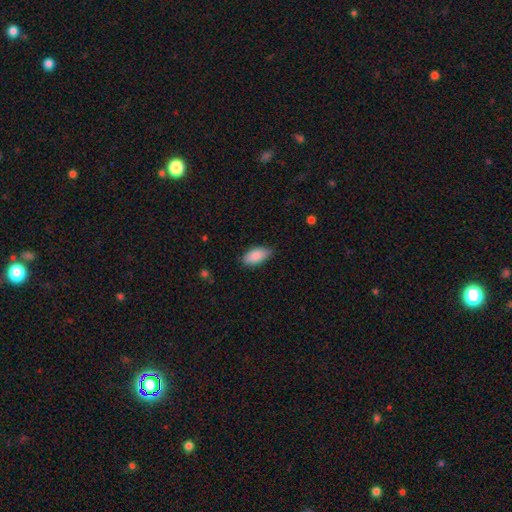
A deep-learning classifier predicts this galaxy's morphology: Q: Smooth or featured?
A: smooth (87%); runner-up: star or artifact (6%)
Q: How rounded?
A: in between (91%); runner-up: cigar-shaped (7%)
Q: Merging?
A: none (78%); runner-up: minor disturbance (18%)